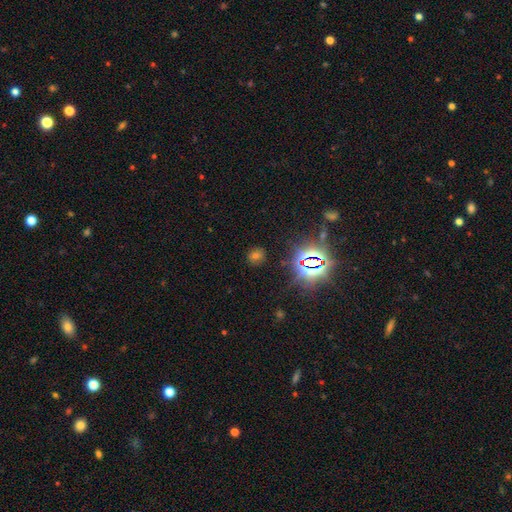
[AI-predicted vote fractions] Smooth or featured? Predicted: star or artifact (p=0.53).